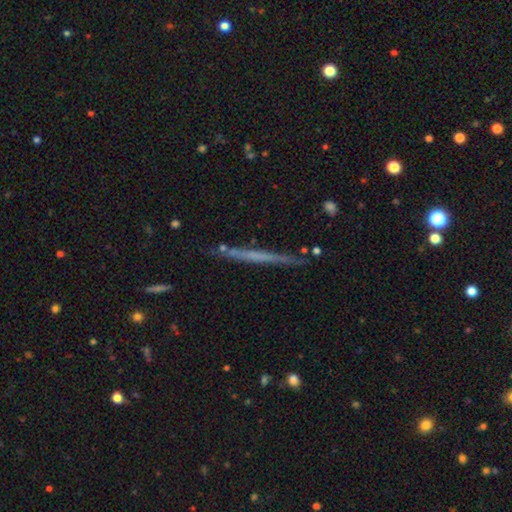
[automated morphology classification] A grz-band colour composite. It shows a featured or disk galaxy (53%) viewed edge-on (96%) with no central bulge (88%). Merging: none (86%).